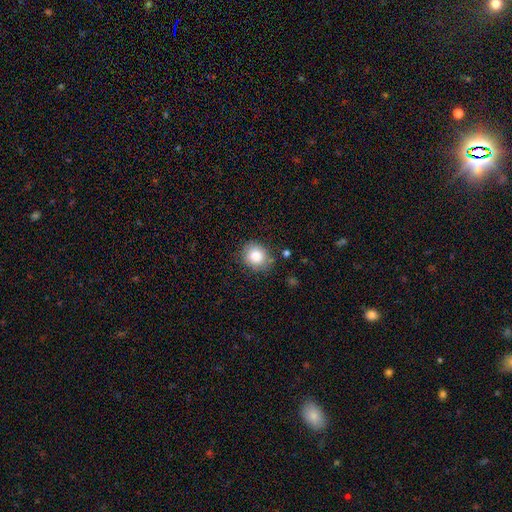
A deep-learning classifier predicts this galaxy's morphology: type=smooth (84%); roundness=round (74%); merging=none (80%).